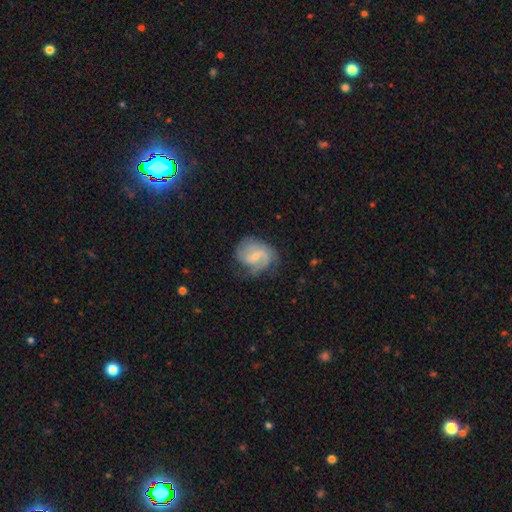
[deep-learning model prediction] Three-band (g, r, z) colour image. It shows a featured or disk galaxy (72%) with a weak bar (59%), 2 (53%) medium (45%) spiral arms (91%) and a small central bulge (47%). Merging: none (61%).